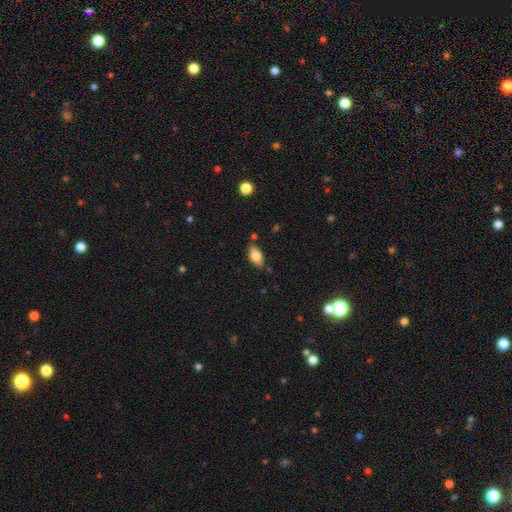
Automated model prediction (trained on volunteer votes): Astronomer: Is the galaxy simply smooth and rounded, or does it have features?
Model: smooth — 78%.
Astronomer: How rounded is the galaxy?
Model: in between — 91%.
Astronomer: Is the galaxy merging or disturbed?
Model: none — 80%.